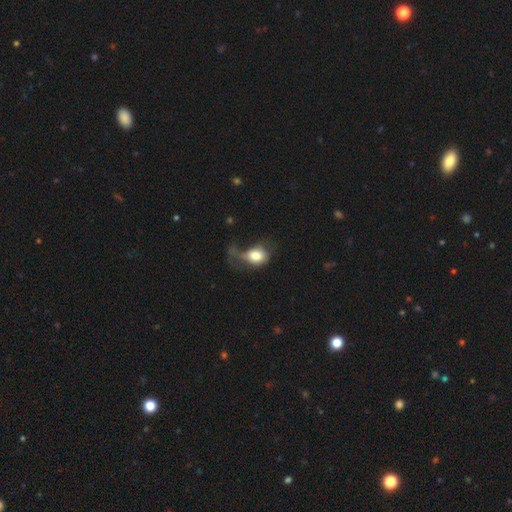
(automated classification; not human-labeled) This is likely a smooth galaxy (75%). How rounded: possibly in between (51%). Merging: possibly major disturbance (48%).